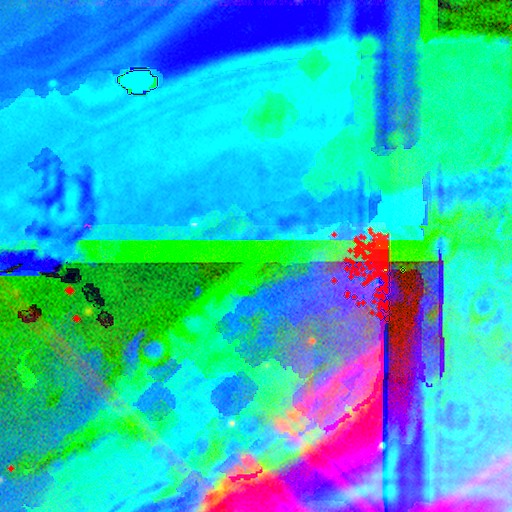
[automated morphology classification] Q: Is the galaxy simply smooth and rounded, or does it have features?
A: star or artifact — 87%.